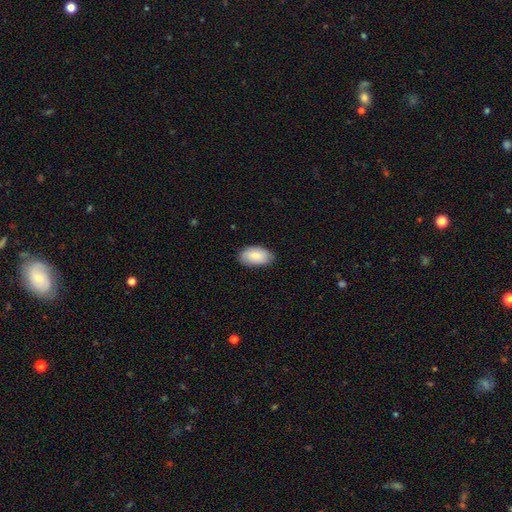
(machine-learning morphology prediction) type=smooth (84%); roundness=in between (95%); merging=none (83%).